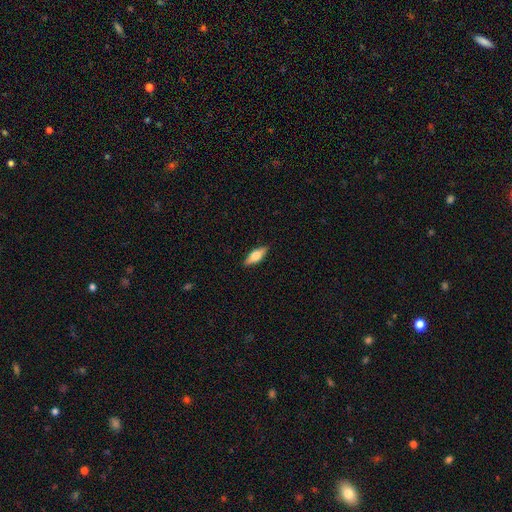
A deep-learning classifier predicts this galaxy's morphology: This is possibly a smooth galaxy (52%). How rounded: possibly in between (59%). Merging: clearly none (89%).